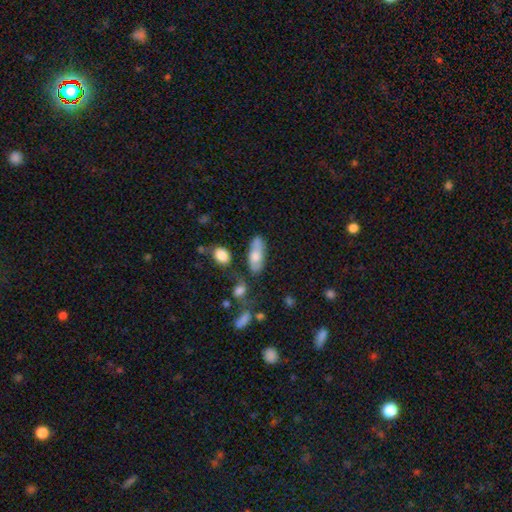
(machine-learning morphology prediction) Overall: smooth (67%). How rounded: in between (81%). Merging: none (64%).